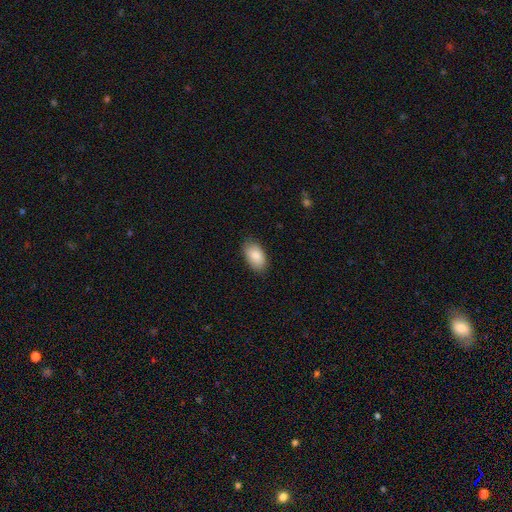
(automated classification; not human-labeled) The model was most divided on "merging": none: 84%, minor disturbance: 12%, major disturbance: 2%, merger: 1%. More confident: how rounded — in between (94%); smooth or featured — smooth (87%).